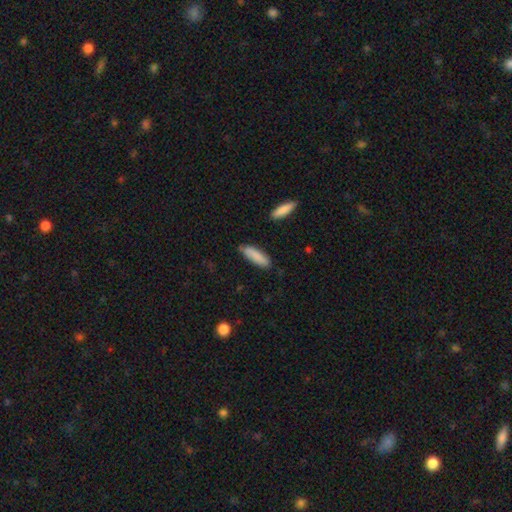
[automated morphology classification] Smooth or featured? Predicted: smooth (p=0.87). How rounded? Predicted: cigar-shaped (p=0.56). Merging? Predicted: none (p=0.82).